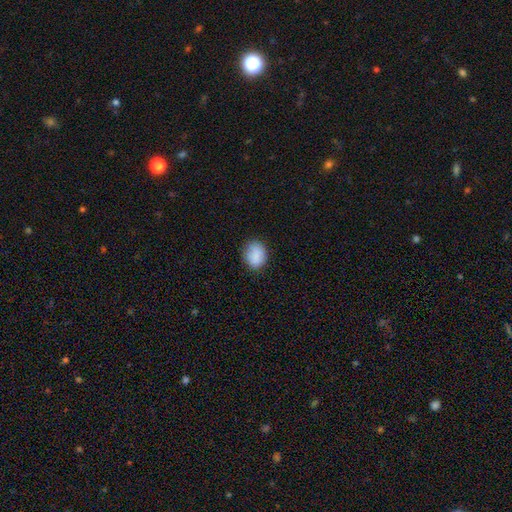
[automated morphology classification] smooth_or_featured: smooth (p=0.86) [alt: star or artifact p=0.08]
how_rounded: in between (p=0.53) [alt: round p=0.46]
merging: none (p=0.82) [alt: minor disturbance p=0.14]